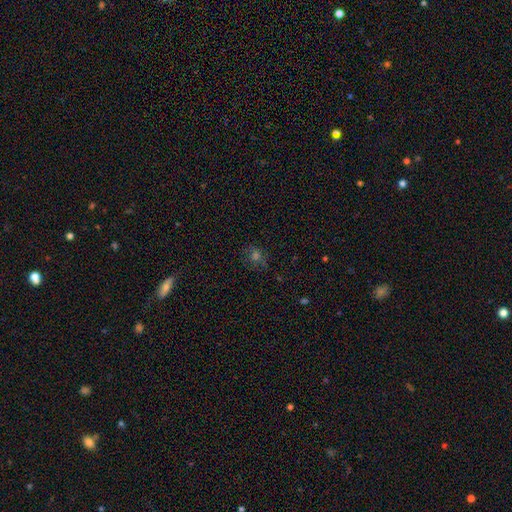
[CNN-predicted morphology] type=smooth (46%); merging=none (77%).